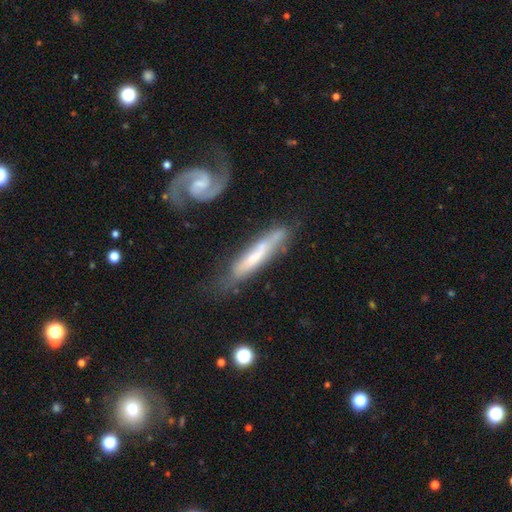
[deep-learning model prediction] A featured or disk galaxy (57%) viewed edge-on (50%, tied with no). Merging: none (59%).